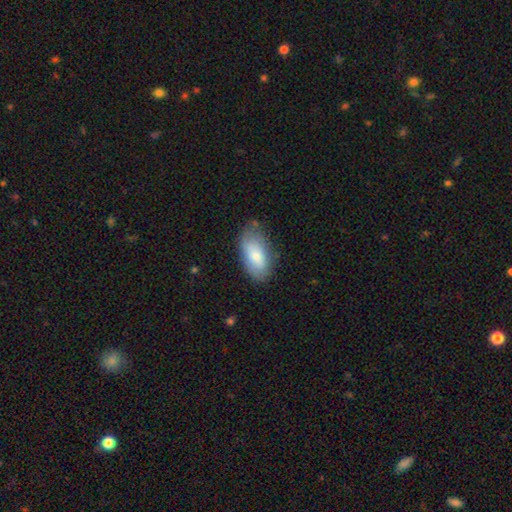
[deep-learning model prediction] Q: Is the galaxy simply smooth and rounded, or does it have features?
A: smooth — 80%.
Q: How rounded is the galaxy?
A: in between — 92%.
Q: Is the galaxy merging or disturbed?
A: none — 68%.